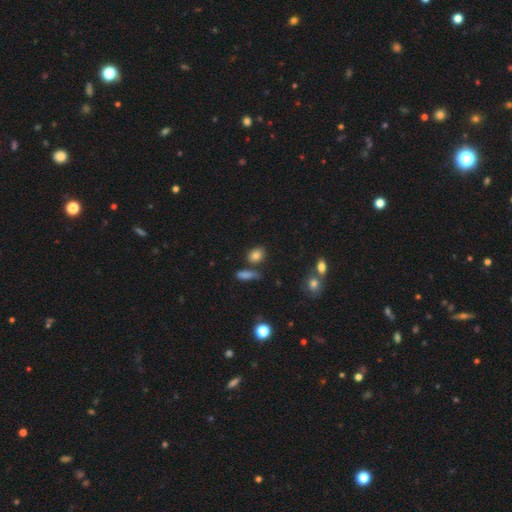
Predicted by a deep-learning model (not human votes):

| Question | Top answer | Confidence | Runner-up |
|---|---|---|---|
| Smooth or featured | smooth | 81% | star or artifact (11%) |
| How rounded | in between | 61% | round (35%) |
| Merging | none | 71% | merger (13%) |